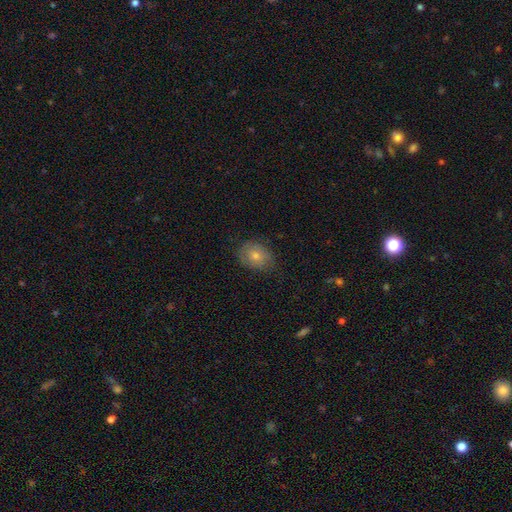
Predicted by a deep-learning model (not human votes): Morphology: type=smooth (55%); roundness=in between (51%); merging=none (73%).